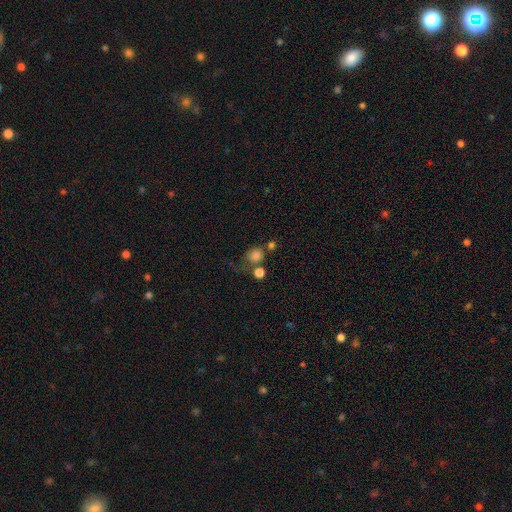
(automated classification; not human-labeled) Morphology: type=smooth (79%); roundness=round (80%); merging=none (54%).